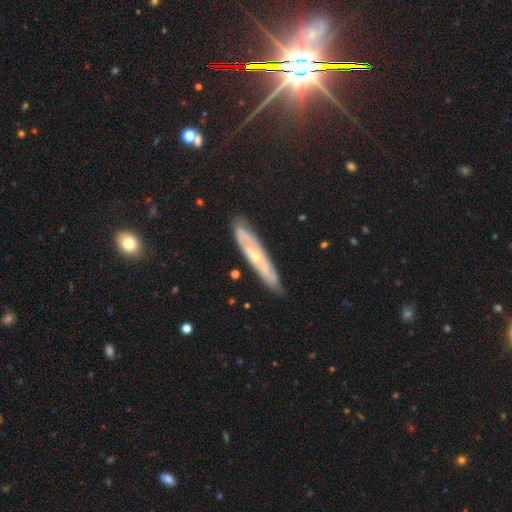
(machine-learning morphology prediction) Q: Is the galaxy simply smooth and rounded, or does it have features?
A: featured or disk — 70%.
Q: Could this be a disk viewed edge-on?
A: yes — 52%.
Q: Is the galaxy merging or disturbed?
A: none — 81%.